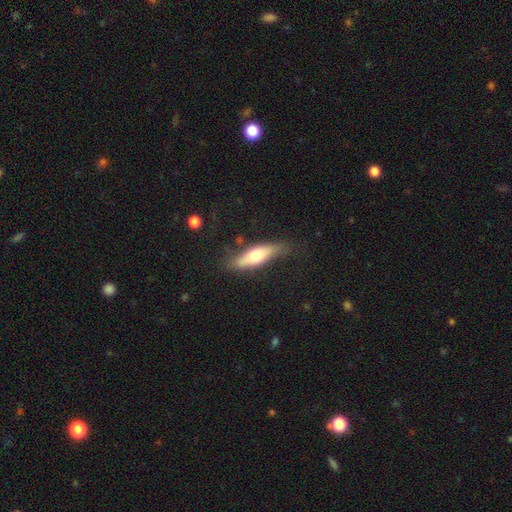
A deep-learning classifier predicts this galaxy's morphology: Smooth or featured? Predicted: smooth (p=0.56). How rounded? Predicted: in between (p=0.49). Merging? Predicted: none (p=0.68).